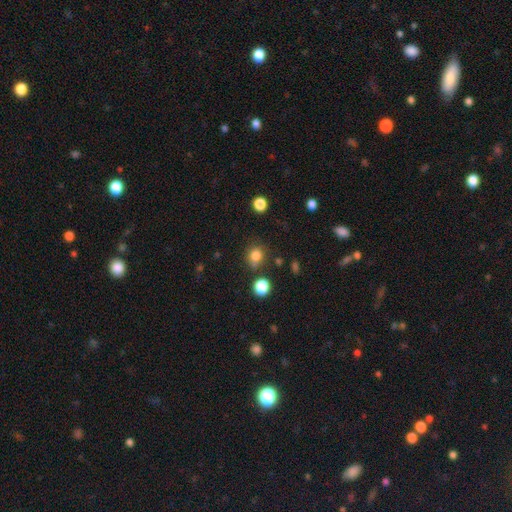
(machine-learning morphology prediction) smooth-or-featured: smooth: 81% | star or artifact: 13% | featured or disk: 5%
  how-rounded: round: 81% | in between: 18% | cigar-shaped: 1%
  merging: none: 74% | minor disturbance: 14% | merger: 8% | major disturbance: 4%